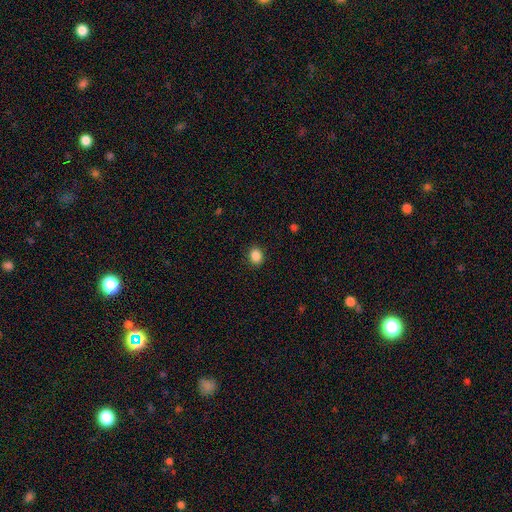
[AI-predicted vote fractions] This appears to be a smooth galaxy with no disk features (87%) that is round (59%). Merging: none (90%).